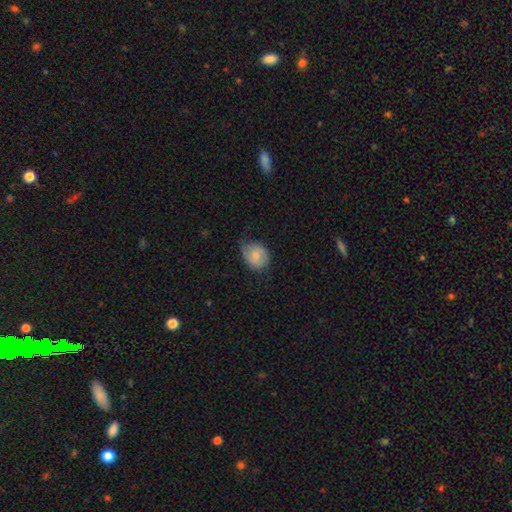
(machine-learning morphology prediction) Smooth or featured: smooth — 71% (featured or disk — 23%)
How rounded: round — 62% (in between — 37%)
Merging: none — 45% (minor disturbance — 40%)